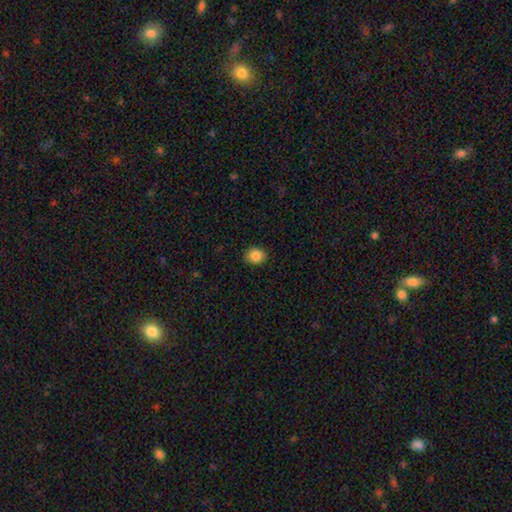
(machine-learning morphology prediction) Q: Smooth or featured?
A: smooth (86%); runner-up: star or artifact (9%)
Q: How rounded?
A: round (64%); runner-up: in between (35%)
Q: Merging?
A: none (87%); runner-up: minor disturbance (10%)